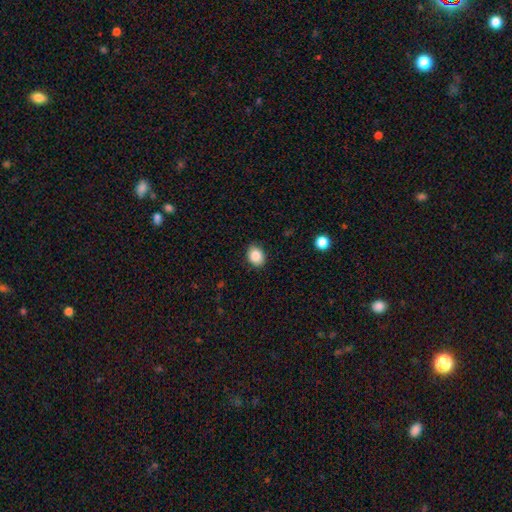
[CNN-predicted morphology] type=smooth (87%); roundness=in between (61%); merging=none (86%).